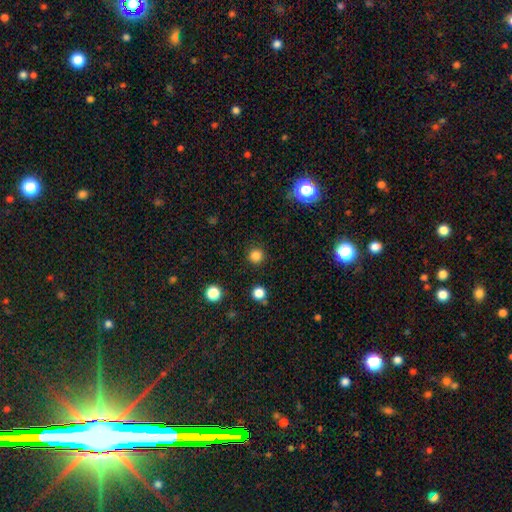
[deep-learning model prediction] Q: Smooth or featured?
A: smooth (83%); runner-up: star or artifact (14%)
Q: How rounded?
A: round (95%); runner-up: in between (4%)
Q: Merging?
A: none (91%); runner-up: minor disturbance (5%)